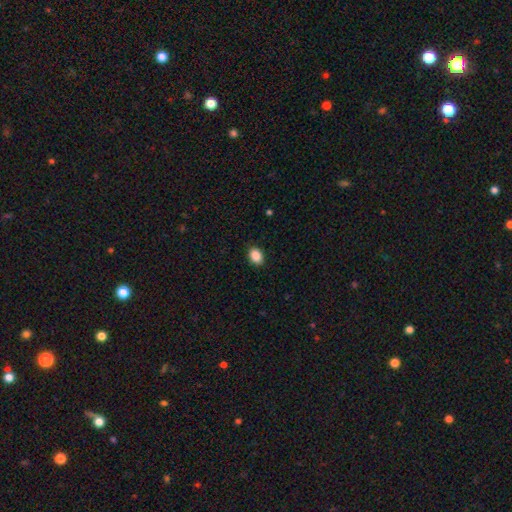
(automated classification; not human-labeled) A smooth galaxy with no disk features (90%) that is in between round and cigar-shaped (75%). Merging: none (88%).